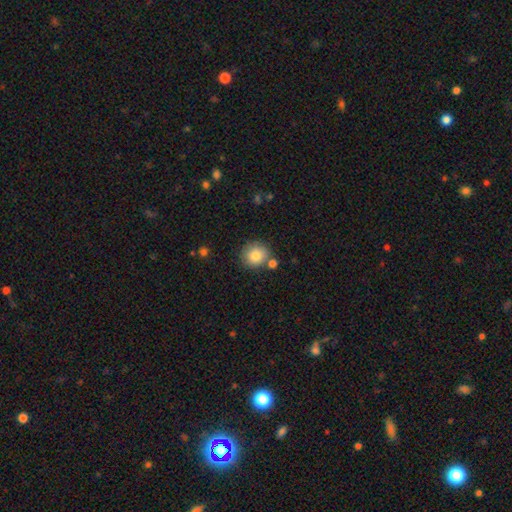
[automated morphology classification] Overall: smooth (83%). How rounded: round (87%). Merging: none (75%).